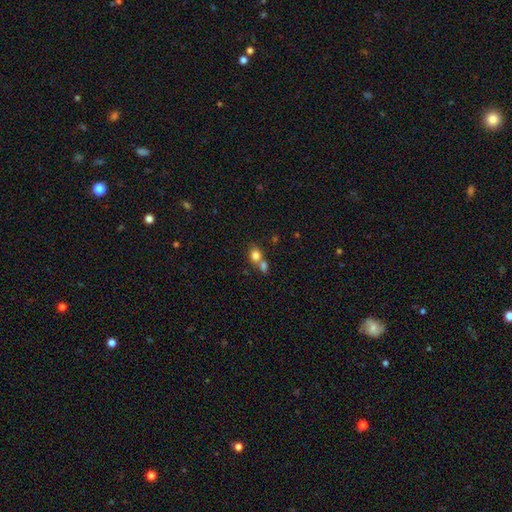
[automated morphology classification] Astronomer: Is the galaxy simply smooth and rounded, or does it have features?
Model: smooth — 79%.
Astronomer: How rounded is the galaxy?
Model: round — 56% (runner-up: in between, 43%).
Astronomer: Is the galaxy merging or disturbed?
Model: merger — 51% (runner-up: none, 36%).